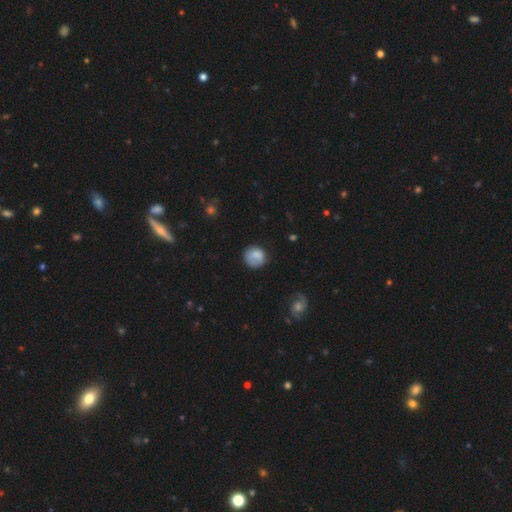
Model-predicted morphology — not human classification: type=smooth (78%); roundness=round (87%); merging=none (70%).